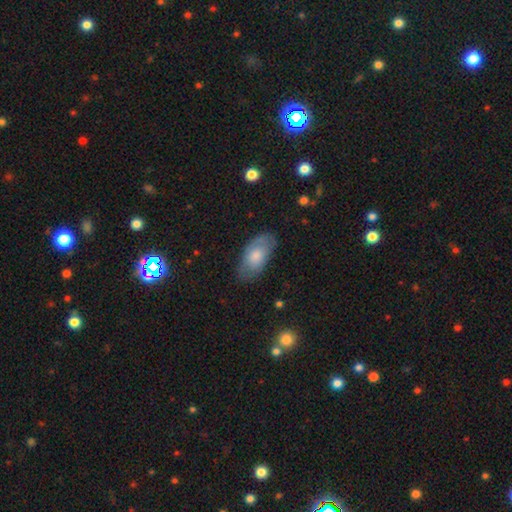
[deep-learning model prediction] This is possibly a smooth galaxy (59%). How rounded: clearly in between (92%). Merging: likely none (75%).